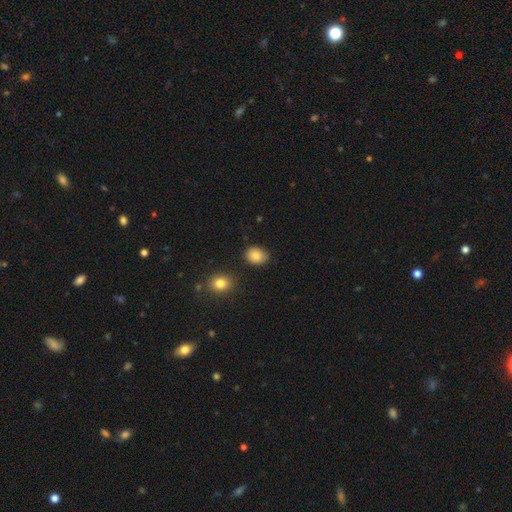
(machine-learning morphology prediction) Q: Smooth or featured?
A: smooth (85%); runner-up: star or artifact (9%)
Q: How rounded?
A: in between (58%); runner-up: round (41%)
Q: Merging?
A: none (83%); runner-up: minor disturbance (11%)